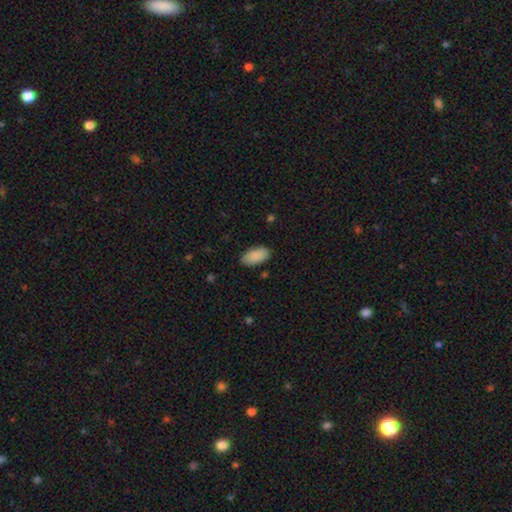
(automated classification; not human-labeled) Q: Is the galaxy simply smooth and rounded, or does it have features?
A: smooth — 89%.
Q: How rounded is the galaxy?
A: in between — 95%.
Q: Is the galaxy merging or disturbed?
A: none — 86%.